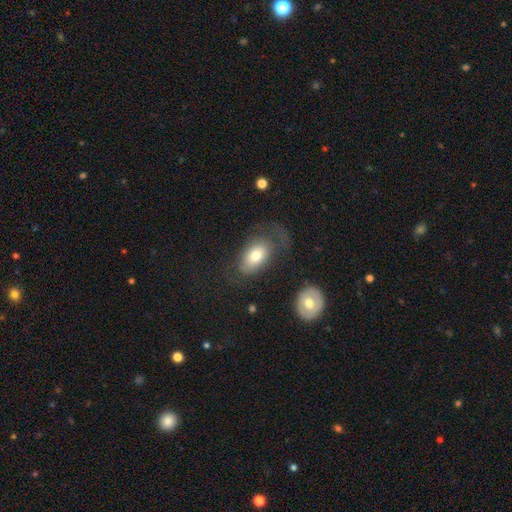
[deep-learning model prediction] smooth-or-featured: smooth: 66% | featured or disk: 26% | star or artifact: 8%
  how-rounded: in between: 90% | round: 8% | cigar-shaped: 2%
  merging: none: 46% | major disturbance: 31% | minor disturbance: 19% | merger: 4%